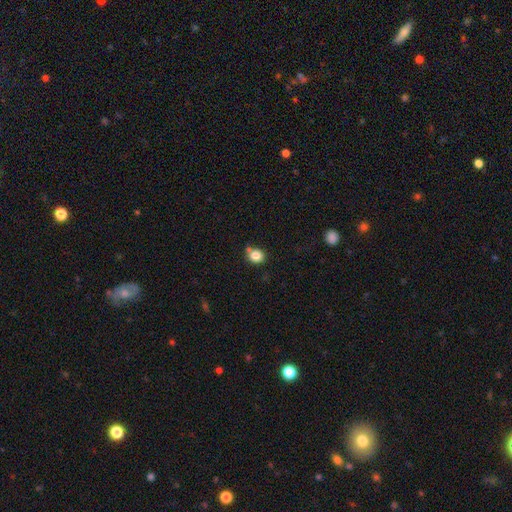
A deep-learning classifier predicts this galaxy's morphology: A smooth galaxy with no disk features (83%) that is round (77%).

Vote fractions:
- Smooth or featured? smooth: 83% / star or artifact: 11% / featured or disk: 6%
- How rounded? round: 77% / in between: 22% / cigar-shaped: 1%
- Merging? none: 64% / minor disturbance: 17% / merger: 14% / major disturbance: 5%